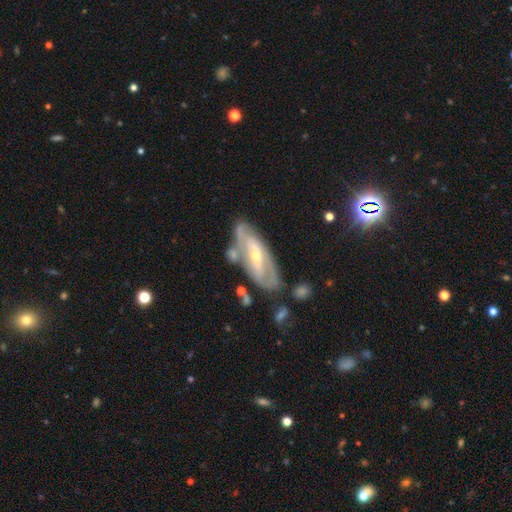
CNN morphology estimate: Smooth or featured?
  - featured or disk: 81% *
  - smooth: 14%
  - star or artifact: 6%
Edge-on disk?
  - no: 86% *
  - yes: 14%
Bar?
  - strong: 42% *
  - weak: 32%
  - no: 26%
Spiral arms?
  - yes: 80% *
  - no: 20%
Spiral winding?
  - tight: 51% *
  - medium: 35%
  - loose: 15%
Spiral arm count?
  - 2: 59% *
  - can't tell: 29%
  - 3: 6%
  - 1: 3%
  - 4: 2%
  - more than 4: 2%
Bulge size?
  - small: 53% *
  - moderate: 43%
  - large: 2%
  - none: 1%
  - dominant: 1%
Merging?
  - none: 65% *
  - minor disturbance: 19%
  - merger: 8%
  - major disturbance: 7%